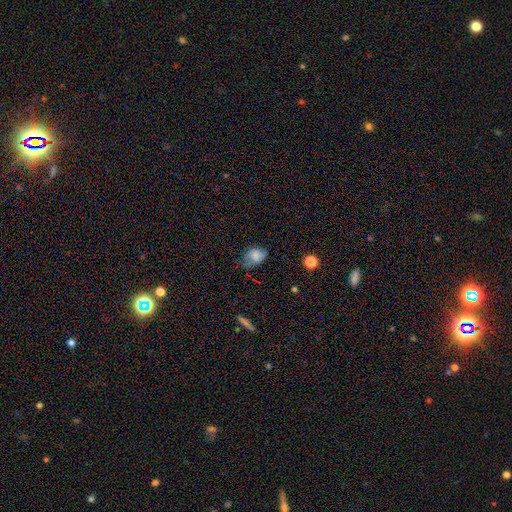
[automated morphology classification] This appears to be a smooth galaxy with no disk features (77%) that is in between round and cigar-shaped (74%). Merging: none (42%).